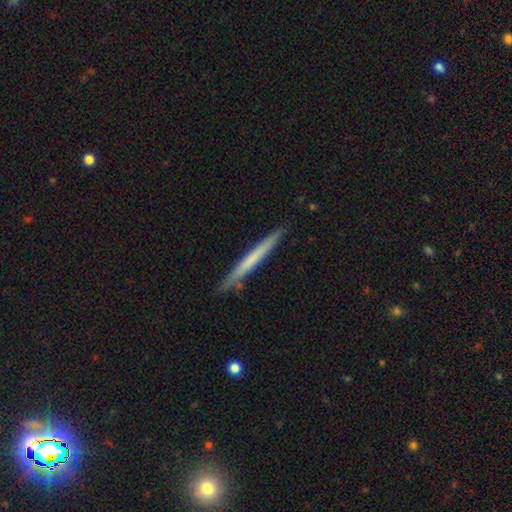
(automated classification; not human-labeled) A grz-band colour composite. It shows a smooth galaxy with no disk features (56%) that is cigar-shaped (97%). Merging: none (88%).